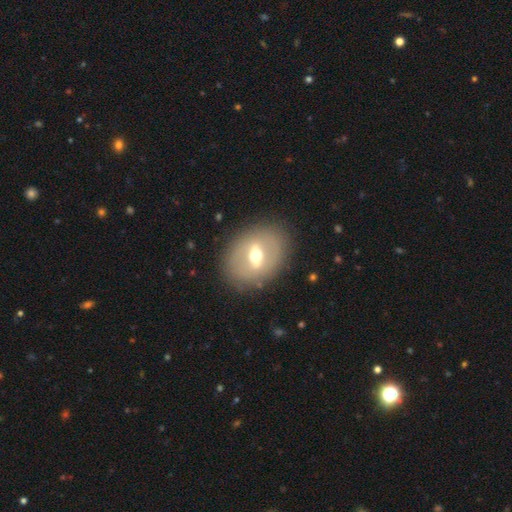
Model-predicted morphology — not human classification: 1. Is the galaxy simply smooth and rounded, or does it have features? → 60% featured or disk, 31% smooth, 8% star or artifact.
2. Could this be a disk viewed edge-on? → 78% no, 22% yes.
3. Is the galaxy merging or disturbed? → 84% none, 10% minor disturbance, 5% major disturbance, 1% merger.